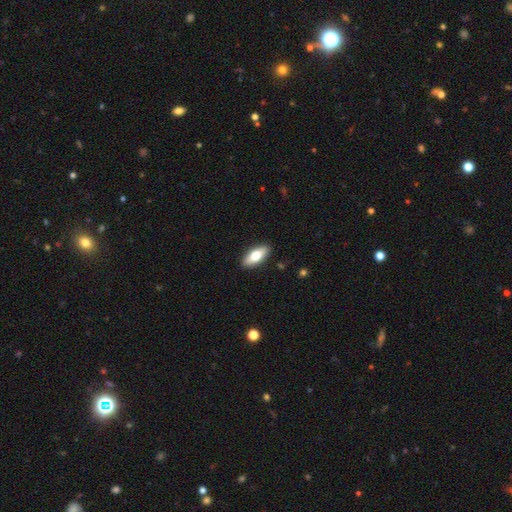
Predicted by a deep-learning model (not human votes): A smooth galaxy with no disk features (68%) that is in between round and cigar-shaped (76%). Merging: none (90%).